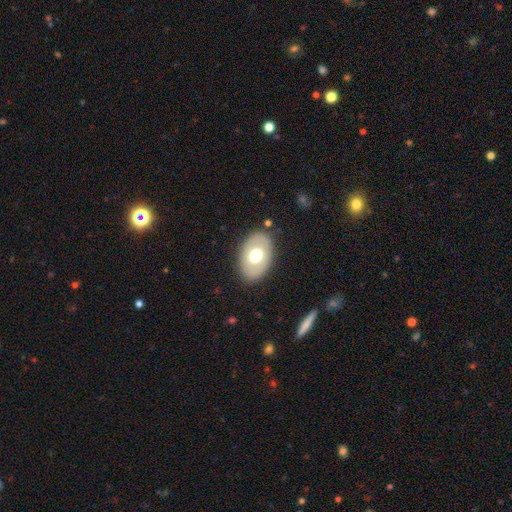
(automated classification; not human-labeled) Morphology: type=smooth (57%); roundness=in between (85%); merging=none (85%).